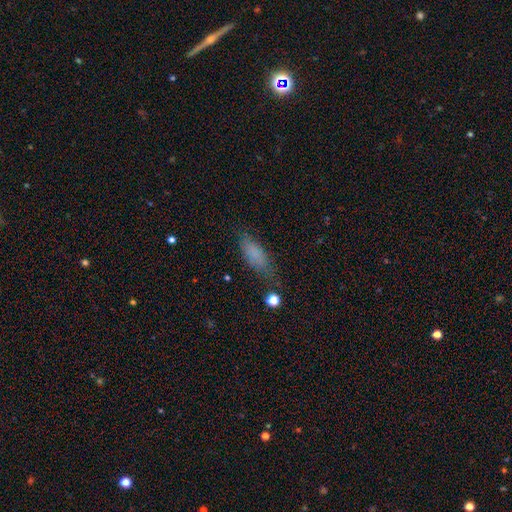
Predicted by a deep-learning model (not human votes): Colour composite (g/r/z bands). It shows a smooth galaxy with no disk features (77%) that is in between round and cigar-shaped (65%). Merging: none (67%).